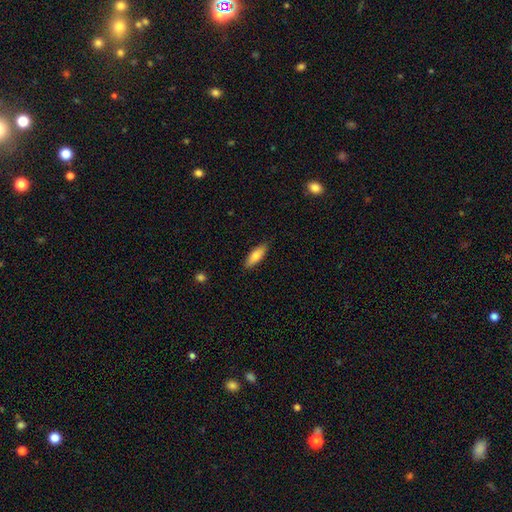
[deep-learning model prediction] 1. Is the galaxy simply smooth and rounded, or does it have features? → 78% smooth, 16% featured or disk, 6% star or artifact.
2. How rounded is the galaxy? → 57% in between, 42% cigar-shaped, 2% round.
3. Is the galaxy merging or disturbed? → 87% none, 10% minor disturbance, 2% major disturbance, 1% merger.